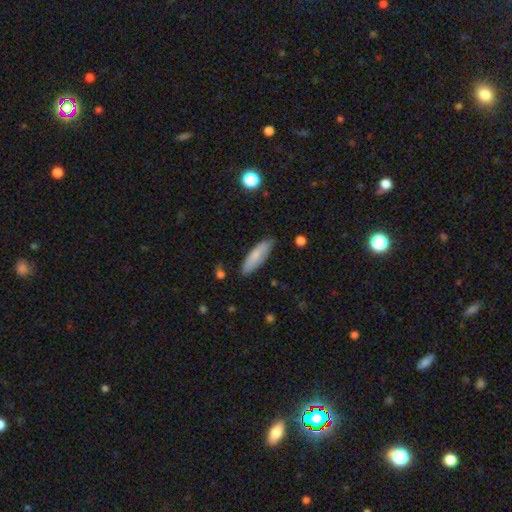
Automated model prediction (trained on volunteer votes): Q: Smooth or featured?
A: smooth (76%); runner-up: featured or disk (17%)
Q: How rounded?
A: cigar-shaped (56%); runner-up: in between (43%)
Q: Merging?
A: none (80%); runner-up: minor disturbance (15%)